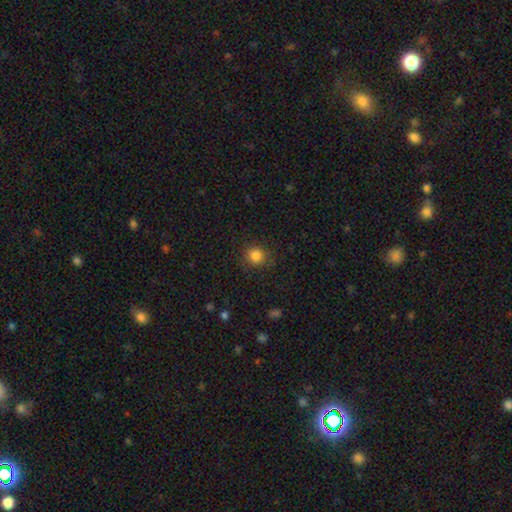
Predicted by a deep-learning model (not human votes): smooth_or_featured: smooth (p=0.84) [alt: star or artifact p=0.11]
how_rounded: round (p=0.90) [alt: in between p=0.09]
merging: none (p=0.86) [alt: minor disturbance p=0.09]